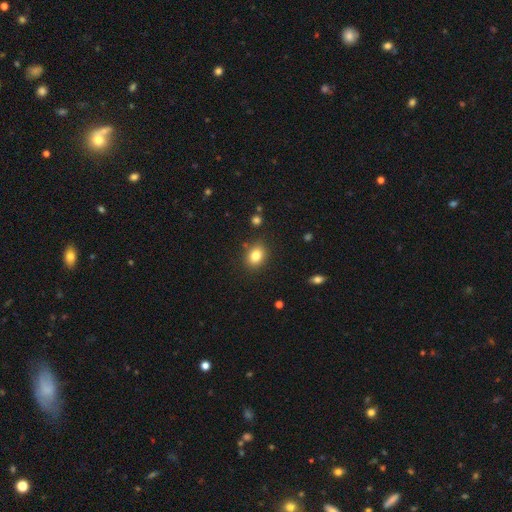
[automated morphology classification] Overall: smooth (83%). How rounded: in between (57%; round 42%). Merging: none (85%).